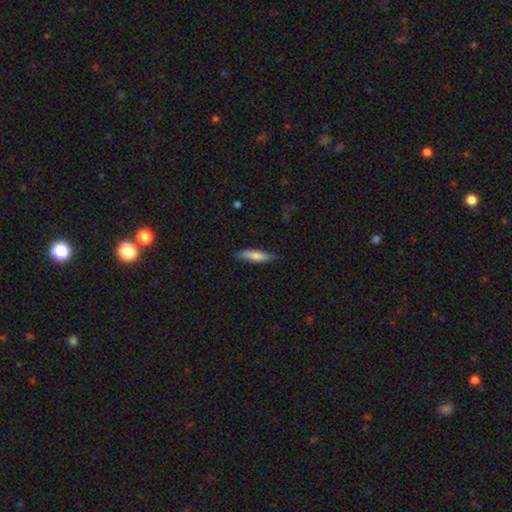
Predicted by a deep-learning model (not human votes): Overall: smooth (76%). How rounded: cigar-shaped (71%). Merging: none (81%).